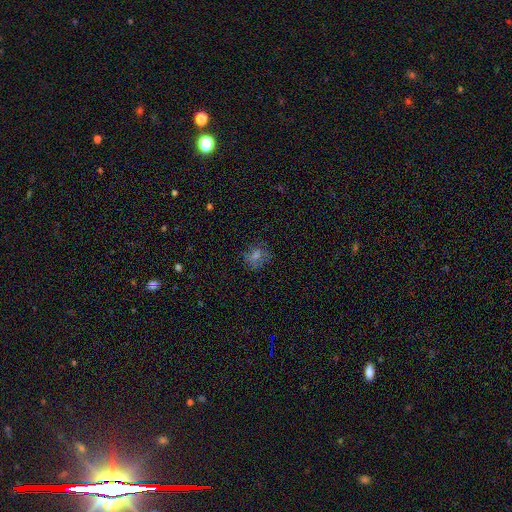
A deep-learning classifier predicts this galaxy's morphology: A smooth galaxy with no disk features (48%). Merging: none (75%).